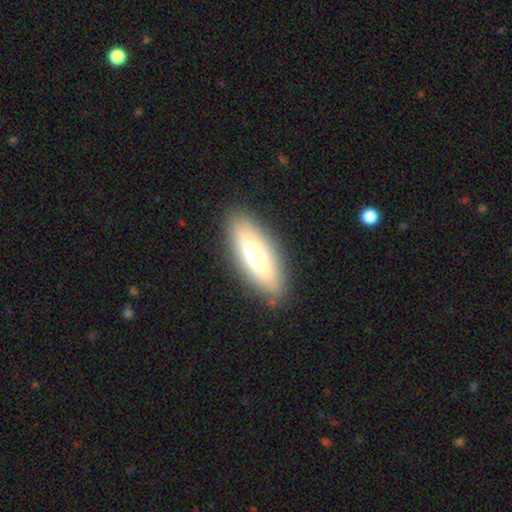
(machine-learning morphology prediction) Overall: smooth (64%; featured or disk 28%). How rounded: in between (64%; cigar-shaped 33%). Merging: none (86%).